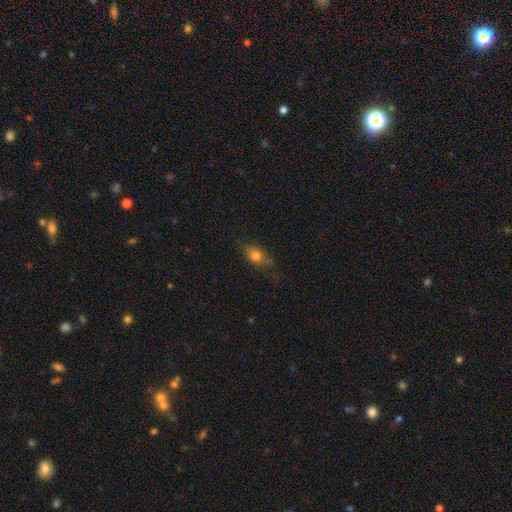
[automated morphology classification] type=smooth (73%); roundness=in between (69%); merging=none (65%).